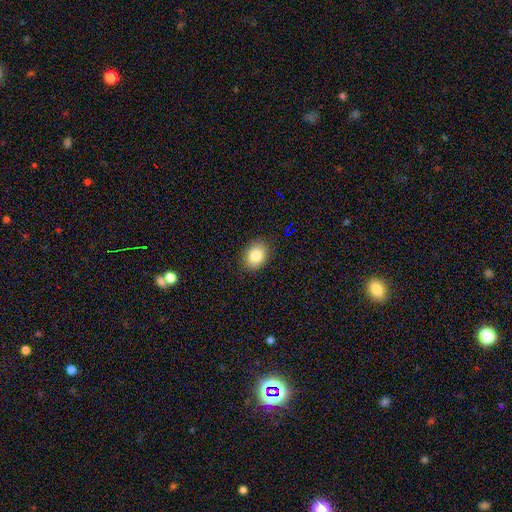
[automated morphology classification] This is clearly a smooth galaxy (84%). How rounded: likely in between (69%). Merging: clearly none (87%).